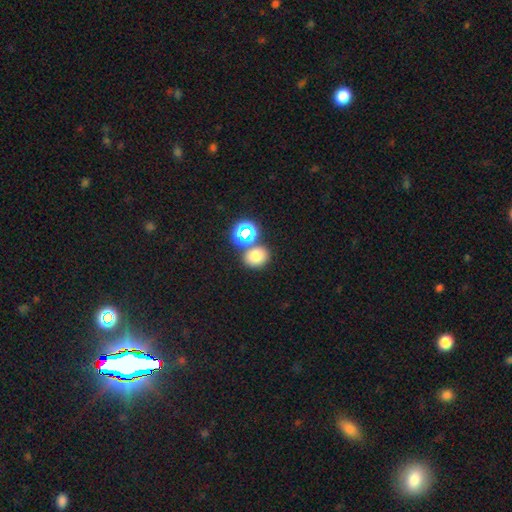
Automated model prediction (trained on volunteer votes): smooth_or_featured: smooth (p=0.72) [alt: star or artifact p=0.21]
how_rounded: round (p=0.60) [alt: in between p=0.39]
merging: none (p=0.67) [alt: merger p=0.20]